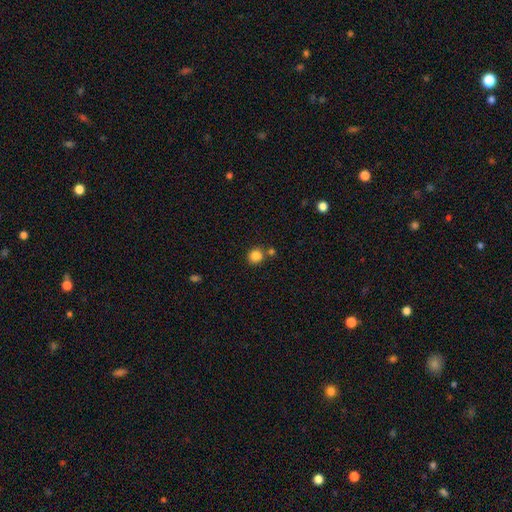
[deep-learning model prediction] This is clearly a smooth galaxy (85%). How rounded: clearly round (89%). Merging: likely none (72%).